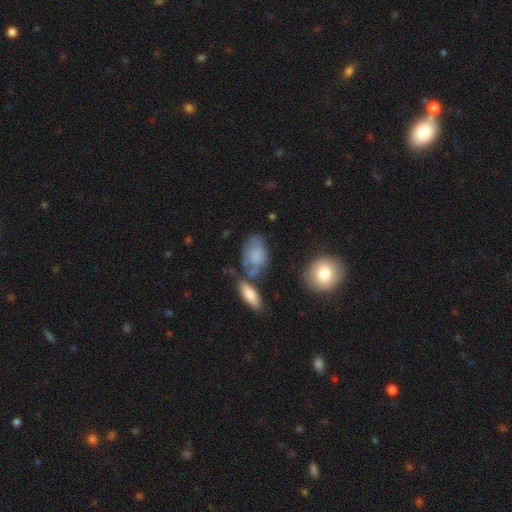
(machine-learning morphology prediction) type=smooth (68%); roundness=in between (87%); merging=none (43%).